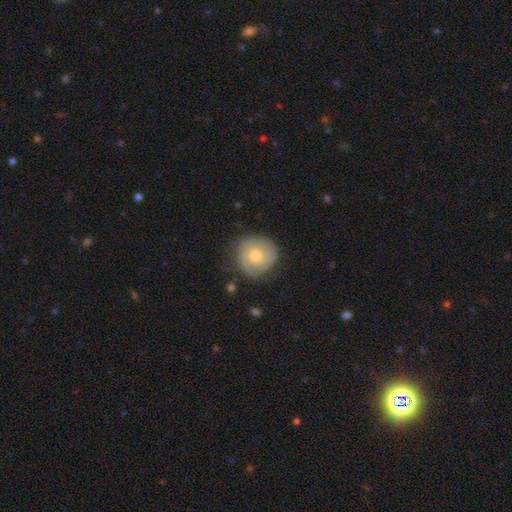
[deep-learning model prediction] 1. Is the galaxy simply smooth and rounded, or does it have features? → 47% featured or disk, 46% smooth, 7% star or artifact.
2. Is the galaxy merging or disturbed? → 71% none, 21% minor disturbance, 6% major disturbance, 2% merger.